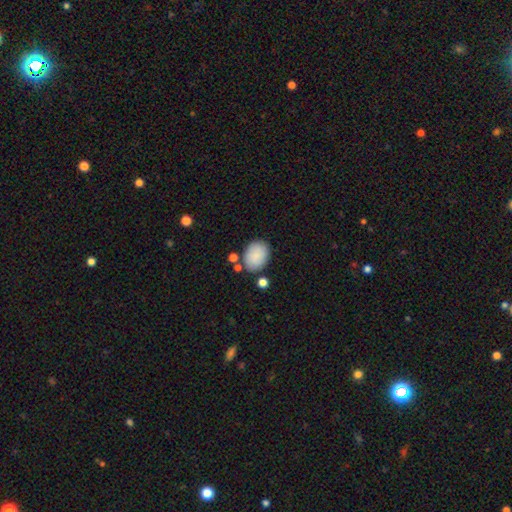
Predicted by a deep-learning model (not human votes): Overall: smooth (87%). How rounded: in between (71%). Merging: none (76%).